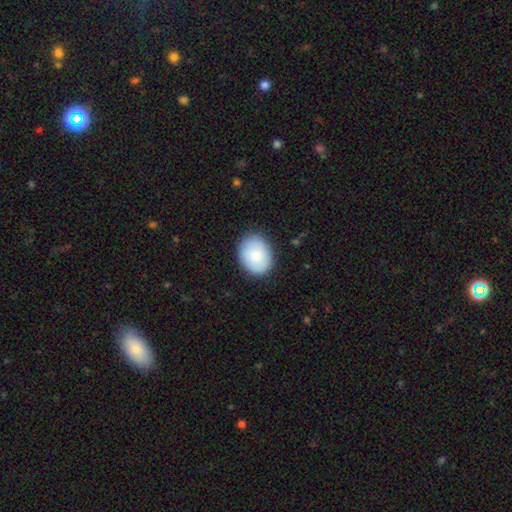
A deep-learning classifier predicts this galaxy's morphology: smooth-or-featured: smooth: 83% | featured or disk: 11% | star or artifact: 6%
  how-rounded: in between: 66% | round: 34% | cigar-shaped: 1%
  merging: none: 85% | minor disturbance: 12% | major disturbance: 3% | merger: 1%